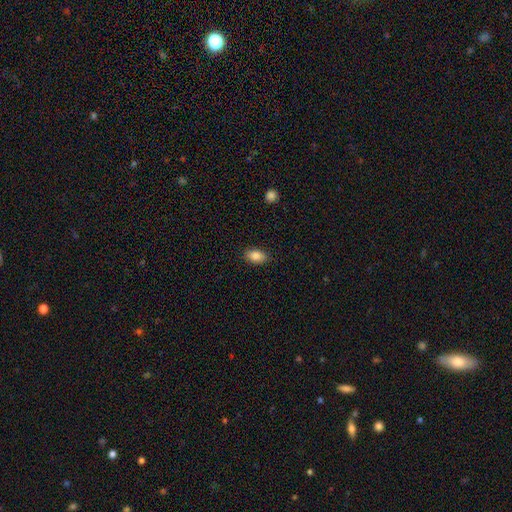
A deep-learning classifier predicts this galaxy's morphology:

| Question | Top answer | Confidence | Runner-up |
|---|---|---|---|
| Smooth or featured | smooth | 87% | star or artifact (8%) |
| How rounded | in between | 90% | round (7%) |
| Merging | none | 87% | minor disturbance (10%) |